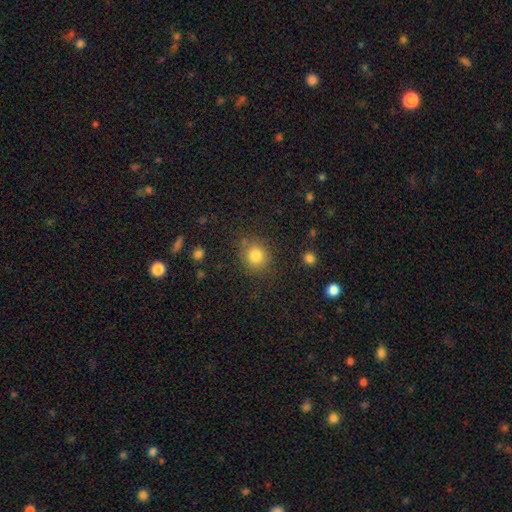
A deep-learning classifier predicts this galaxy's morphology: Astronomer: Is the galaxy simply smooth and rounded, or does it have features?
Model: smooth — 81%.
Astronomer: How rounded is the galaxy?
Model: round — 83%.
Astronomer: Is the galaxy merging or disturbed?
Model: none — 82%.